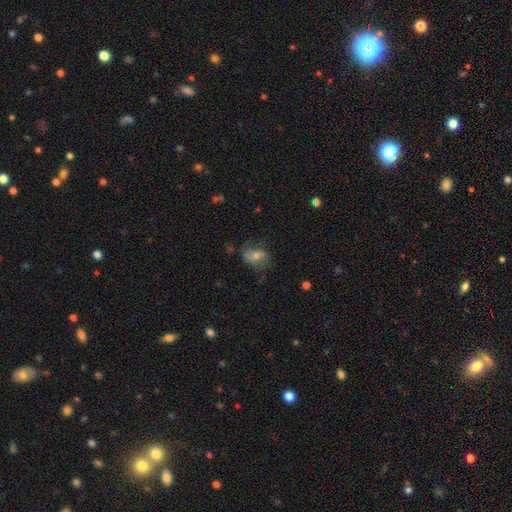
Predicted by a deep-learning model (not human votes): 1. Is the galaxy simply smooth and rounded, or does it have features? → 47% featured or disk, 38% smooth, 15% star or artifact.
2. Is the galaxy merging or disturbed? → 61% none, 23% minor disturbance, 13% major disturbance, 2% merger.